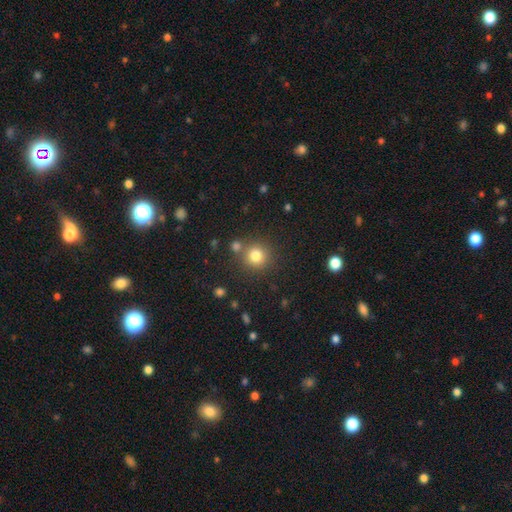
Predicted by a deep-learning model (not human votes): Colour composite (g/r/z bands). It shows a smooth galaxy with no disk features (80%) that is round (92%). Merging: none (78%).